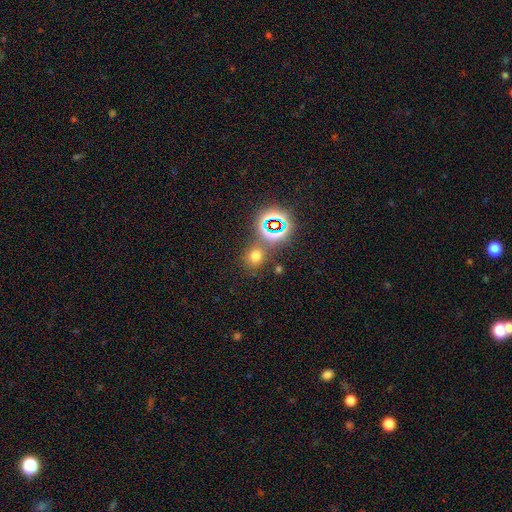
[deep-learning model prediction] This appears to be a smooth galaxy with no disk features (61%) that is round (74%). Merging: none (73%).